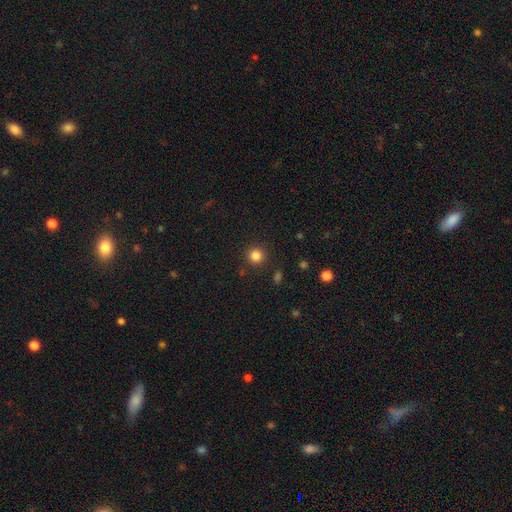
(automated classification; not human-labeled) A smooth galaxy with no disk features (83%) that is round (94%). Merging: none (90%).